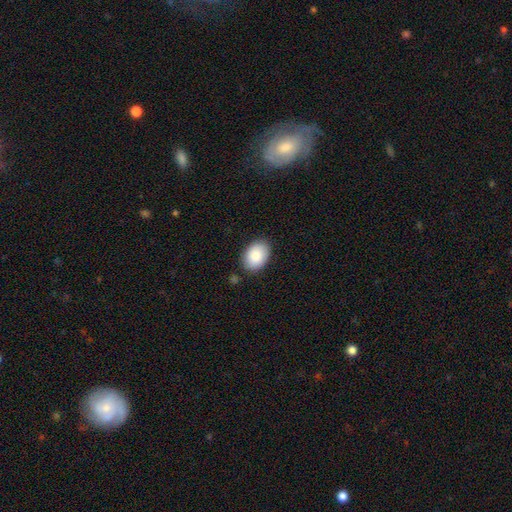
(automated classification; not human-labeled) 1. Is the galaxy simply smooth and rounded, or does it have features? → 86% smooth, 7% featured or disk, 6% star or artifact.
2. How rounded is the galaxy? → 83% in between, 16% round, 1% cigar-shaped.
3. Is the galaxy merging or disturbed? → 85% none, 11% minor disturbance, 2% major disturbance, 2% merger.